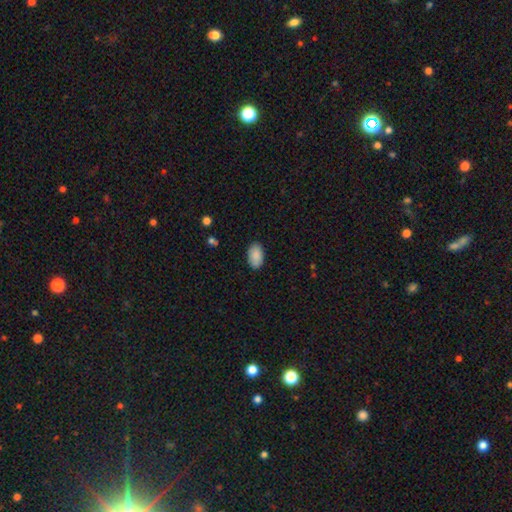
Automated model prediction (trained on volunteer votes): The model was most divided on "merging": none: 86%, minor disturbance: 11%, major disturbance: 2%, merger: 1%. More confident: how rounded — in between (93%); smooth or featured — smooth (88%).